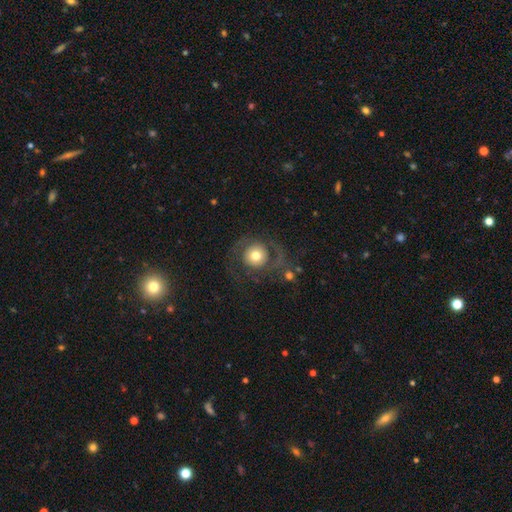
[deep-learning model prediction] Overall: featured or disk (55%; smooth 37%). Edge-on disk: no (97%). Bar: no (82%). Spiral arms: yes (76%). Bulge size: moderate (59%; large 25%). Merging: none (58%; major disturbance 24%).